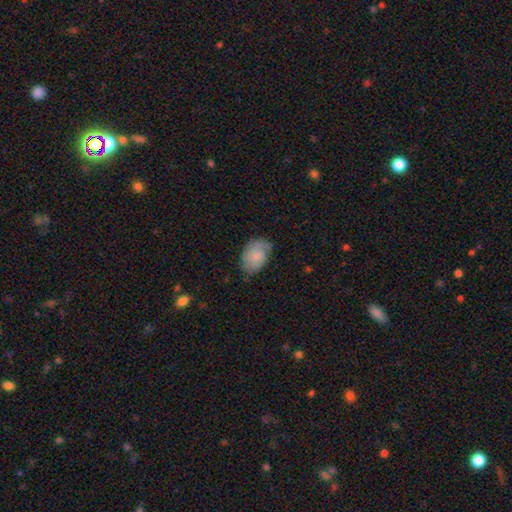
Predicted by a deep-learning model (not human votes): smooth_or_featured: smooth (p=0.54) [alt: featured or disk p=0.38]
how_rounded: in between (p=0.83) [alt: round p=0.15]
merging: none (p=0.62) [alt: minor disturbance p=0.27]